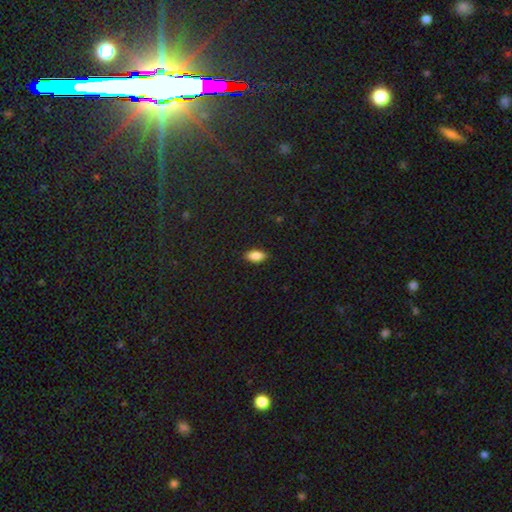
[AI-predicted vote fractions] Smooth or featured? Predicted: smooth (p=0.84). How rounded? Predicted: in between (p=0.89). Merging? Predicted: none (p=0.85).